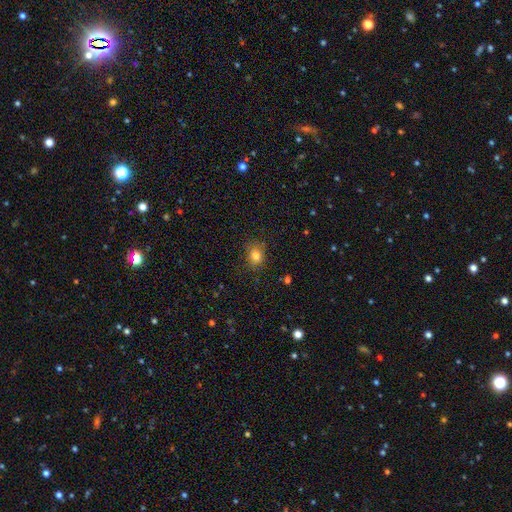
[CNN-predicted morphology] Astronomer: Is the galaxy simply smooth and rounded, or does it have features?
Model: smooth — 80%.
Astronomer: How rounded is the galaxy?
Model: round — 57% (runner-up: in between, 42%).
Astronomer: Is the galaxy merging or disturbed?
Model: none — 80%.